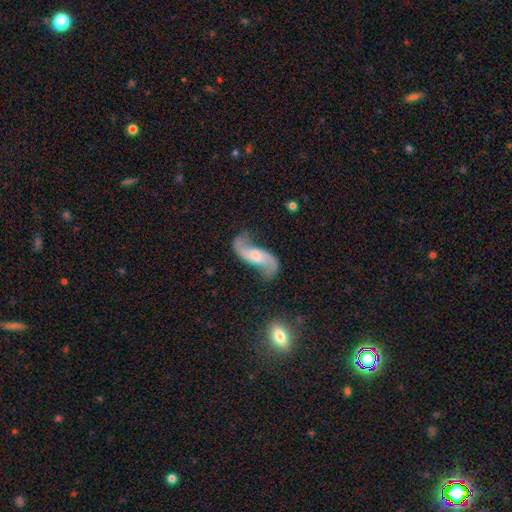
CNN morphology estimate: The model was most divided on "bar": weak: 43%, no: 41%, strong: 16%. Remaining: spiral arms — yes (97%); edge-on disk — no (96%); spiral arm count — 2 (93%); smooth or featured — featured or disk (87%); spiral winding — loose (73%); merging — none (70%); bulge size — moderate (41%).